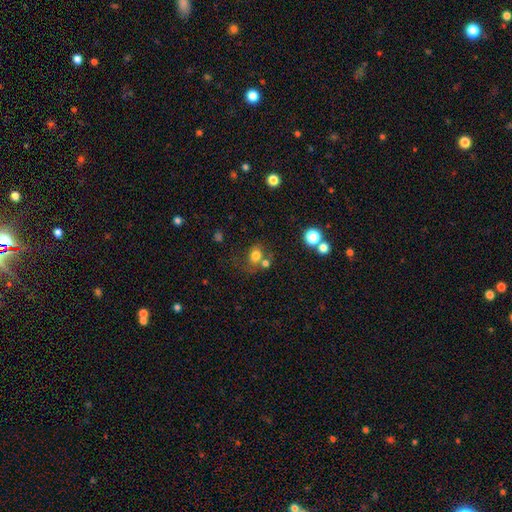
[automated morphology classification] This is likely a smooth galaxy (75%). How rounded: possibly round (59%). Merging: possibly none (48%).